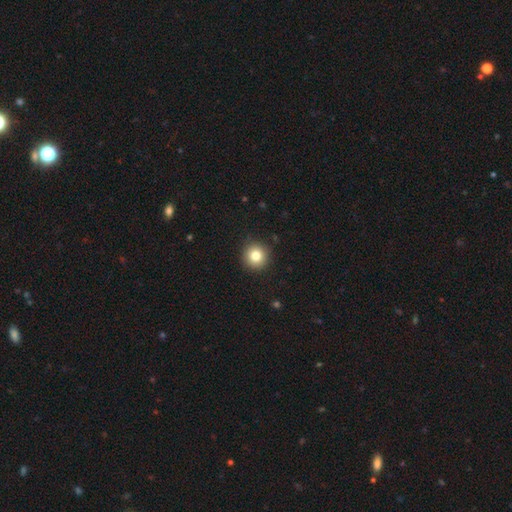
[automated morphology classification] Smooth or featured? smooth (82%)
How rounded? round (95%)
Merging? none (92%)